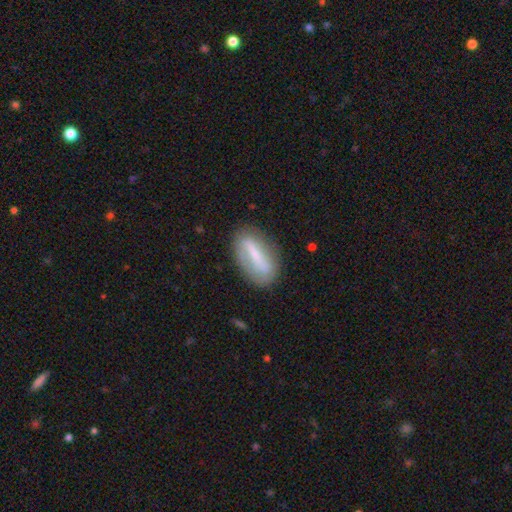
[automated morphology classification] Q: Smooth or featured?
A: featured or disk (49%); runner-up: smooth (44%)
Q: Merging?
A: none (78%); runner-up: minor disturbance (15%)